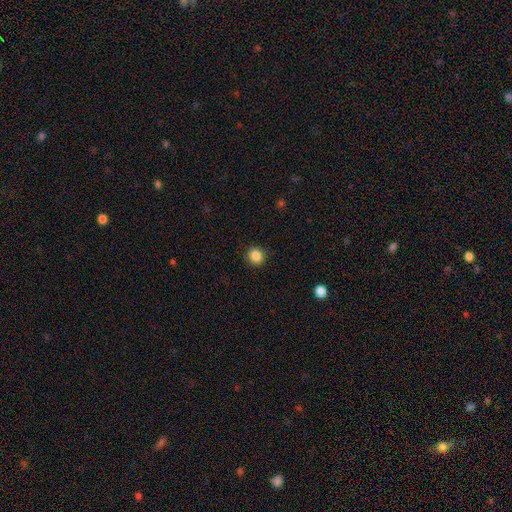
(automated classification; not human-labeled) This is clearly a smooth galaxy (86%). How rounded: clearly round (85%). Merging: clearly none (90%).